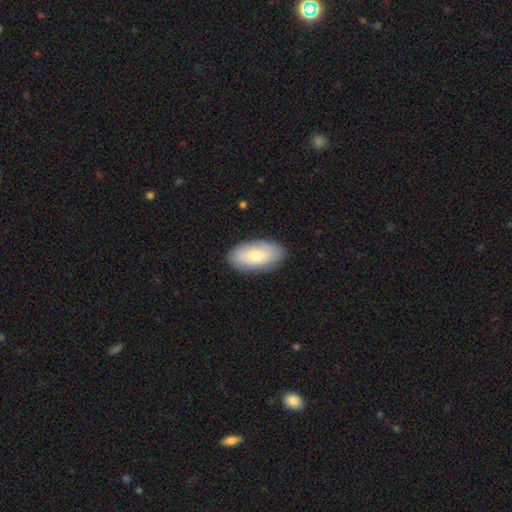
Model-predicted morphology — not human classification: smooth 77%, featured or disk 17%, star or artifact 6%. Down the decision tree: how rounded — in between (94%); merging — none (85%).